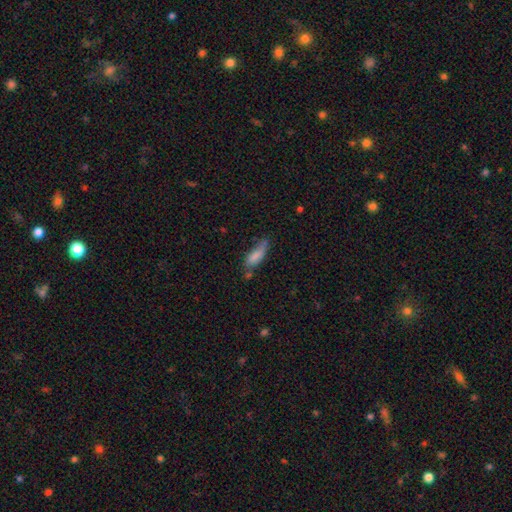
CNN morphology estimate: Smooth or featured: smooth — 79% (featured or disk — 13%)
How rounded: in between — 54% (cigar-shaped — 44%)
Merging: none — 46% (minor disturbance — 33%)